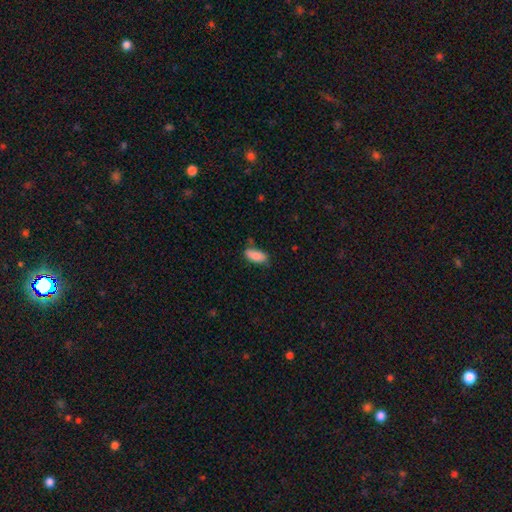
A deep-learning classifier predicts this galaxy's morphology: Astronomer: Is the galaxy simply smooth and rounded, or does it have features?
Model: smooth — 87%.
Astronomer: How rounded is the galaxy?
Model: in between — 86%.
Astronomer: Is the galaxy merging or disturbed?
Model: none — 65%.